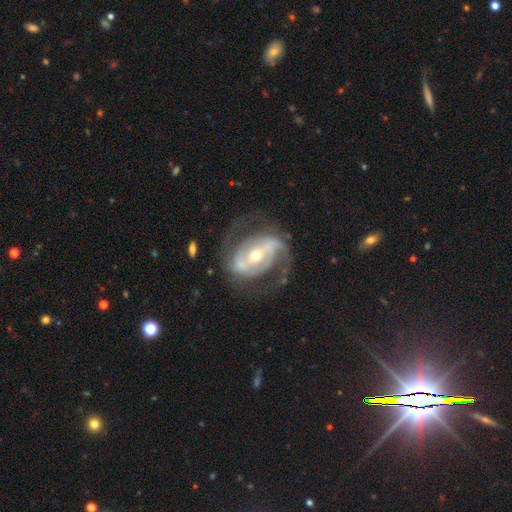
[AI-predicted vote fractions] smooth-or-featured: featured or disk: 90% | smooth: 6% | star or artifact: 5%
  disk-edge-on: no: 97% | yes: 3%
    bar: strong: 47% | weak: 33% | no: 20%
    has-spiral-arms: yes: 95% | no: 5%
      spiral-winding: medium: 52% | tight: 28% | loose: 20%
      spiral-arm-count: 2: 86% | can't tell: 5% | 3: 4% | 1: 2% | 4: 1% | more than 4: 1%
    bulge-size: moderate: 48% (tied) | small: 48% (tied) | large: 3% | none: 1% | dominant: 1%
  merging: none: 70% | minor disturbance: 15% | major disturbance: 13% | merger: 2%